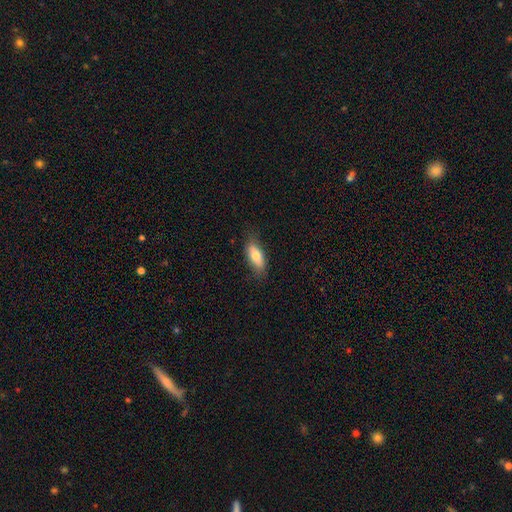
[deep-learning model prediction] A smooth galaxy with no disk features (74%) that is in between round and cigar-shaped (74%).

Vote fractions:
- Smooth or featured? smooth: 74% / featured or disk: 20% / star or artifact: 6%
- How rounded? in between: 74% / cigar-shaped: 23% / round: 3%
- Merging? none: 77% / minor disturbance: 18% / major disturbance: 4% / merger: 1%